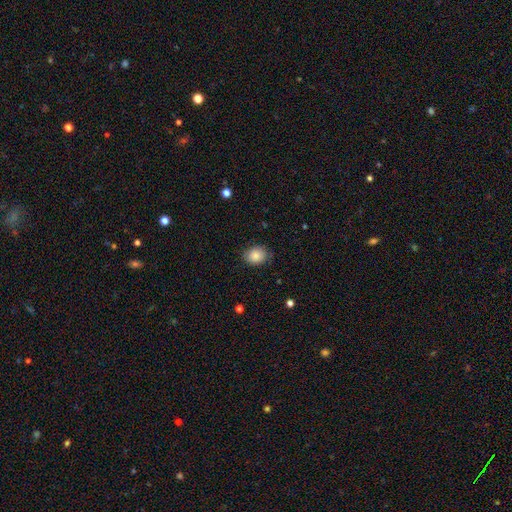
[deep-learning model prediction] smooth_or_featured: smooth (p=0.86) [alt: star or artifact p=0.09]
how_rounded: round (p=0.55) [alt: in between p=0.44]
merging: none (p=0.83) [alt: minor disturbance p=0.13]